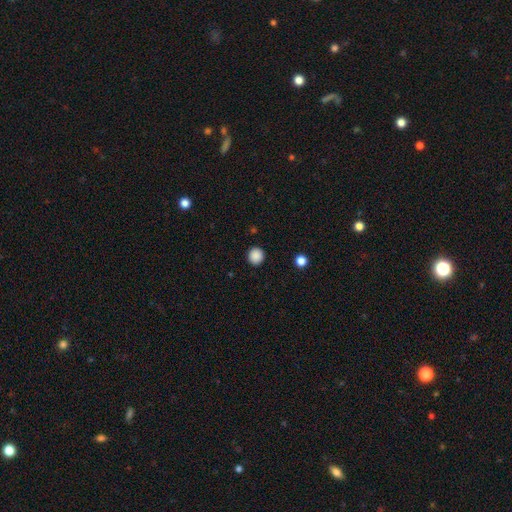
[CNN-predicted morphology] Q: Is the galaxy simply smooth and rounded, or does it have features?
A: smooth — 88%.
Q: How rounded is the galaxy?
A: round — 94%.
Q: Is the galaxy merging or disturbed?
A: none — 92%.